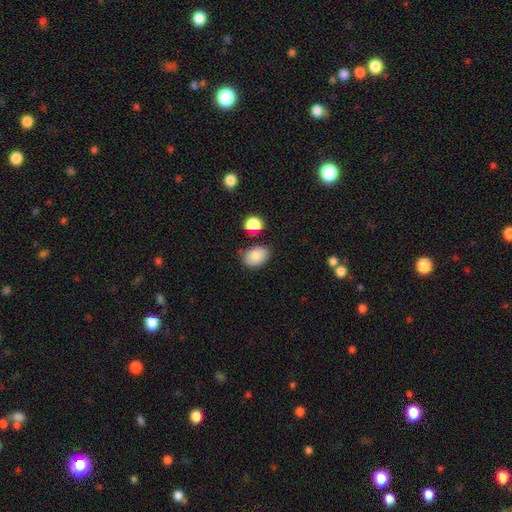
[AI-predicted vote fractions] Q: Smooth or featured?
A: smooth (84%); runner-up: star or artifact (8%)
Q: How rounded?
A: in between (80%); runner-up: round (19%)
Q: Merging?
A: none (80%); runner-up: minor disturbance (13%)